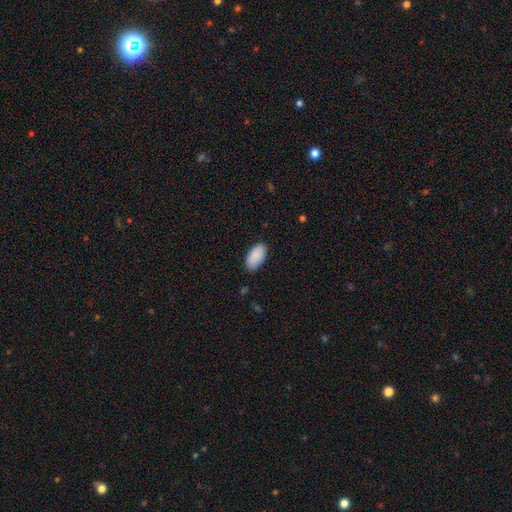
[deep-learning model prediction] This is clearly a smooth galaxy (89%). How rounded: clearly in between (95%). Merging: clearly none (83%).